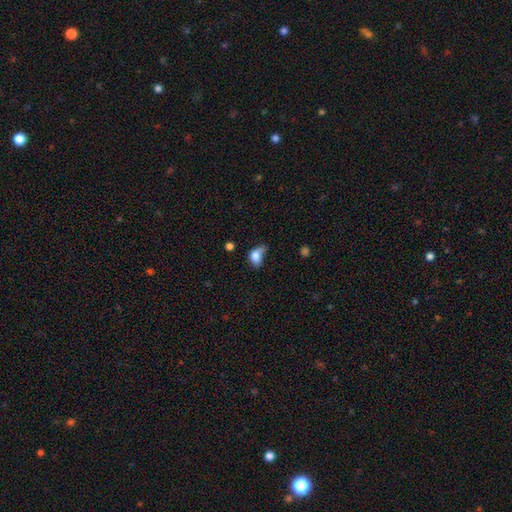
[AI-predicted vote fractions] smooth-or-featured: smooth: 78% | featured or disk: 13% | star or artifact: 10%
  how-rounded: in between: 71% | round: 26% | cigar-shaped: 2%
  merging: minor disturbance: 36% | major disturbance: 31% | none: 23% | merger: 10%